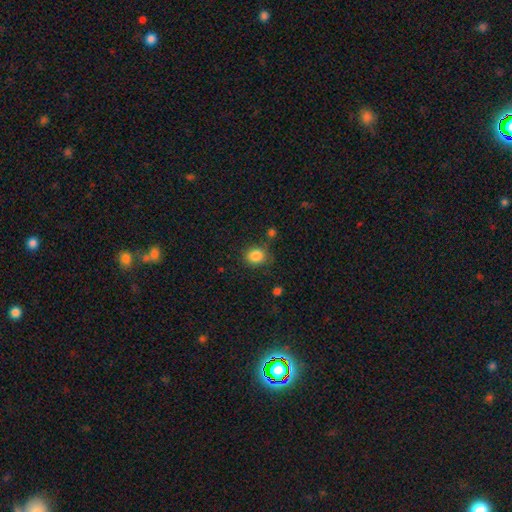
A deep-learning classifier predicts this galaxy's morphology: Q: Smooth or featured?
A: smooth (85%); runner-up: star or artifact (10%)
Q: How rounded?
A: round (71%); runner-up: in between (28%)
Q: Merging?
A: none (77%); runner-up: minor disturbance (15%)